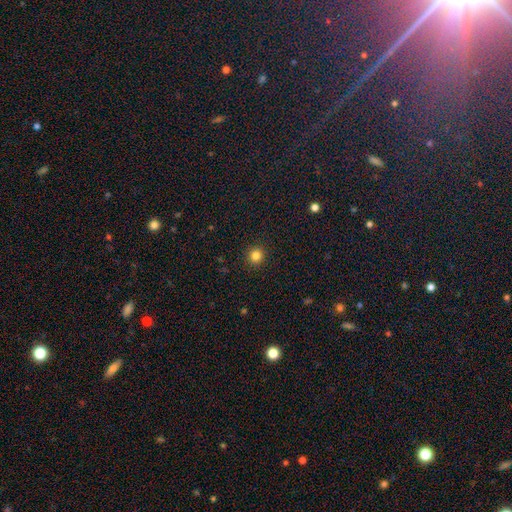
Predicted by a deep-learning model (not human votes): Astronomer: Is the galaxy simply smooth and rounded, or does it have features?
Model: smooth — 83%.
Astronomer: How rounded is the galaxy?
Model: round — 91%.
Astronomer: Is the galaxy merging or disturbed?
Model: none — 92%.